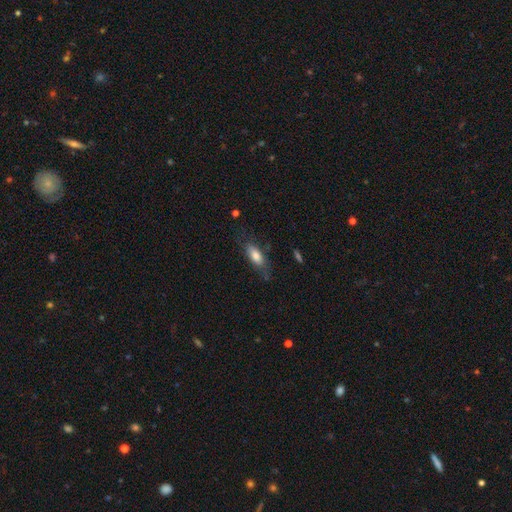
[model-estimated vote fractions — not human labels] This appears to be a smooth galaxy with no disk features (75%) that is in between round and cigar-shaped (77%). Merging: none (65%).